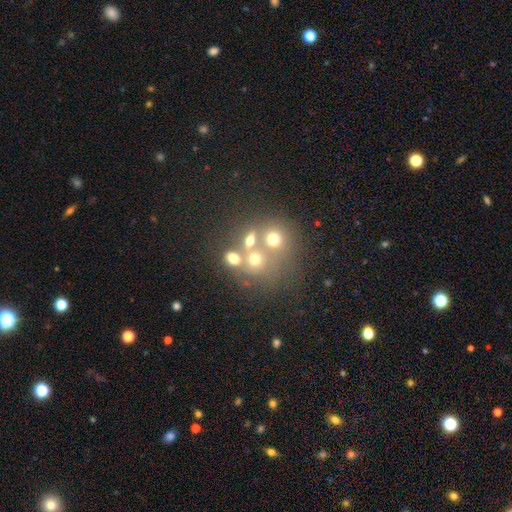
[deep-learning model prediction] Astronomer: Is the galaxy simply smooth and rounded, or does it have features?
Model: smooth — 47% (runner-up: star or artifact, 29%).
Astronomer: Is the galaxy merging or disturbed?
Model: none — 46% (runner-up: merger, 41%).